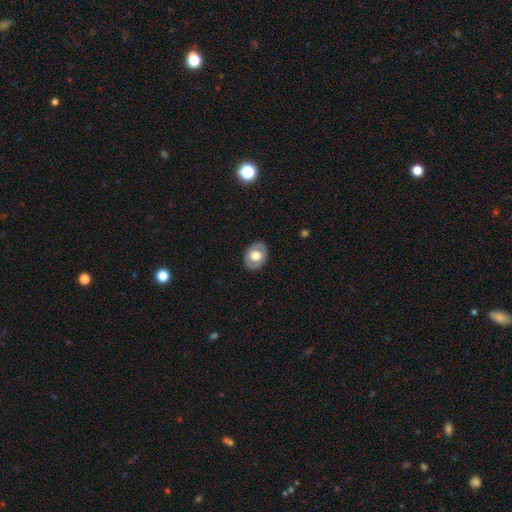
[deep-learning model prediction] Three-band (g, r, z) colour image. It shows a smooth galaxy with no disk features (59%) that is in between round and cigar-shaped (68%). Merging: none (84%).